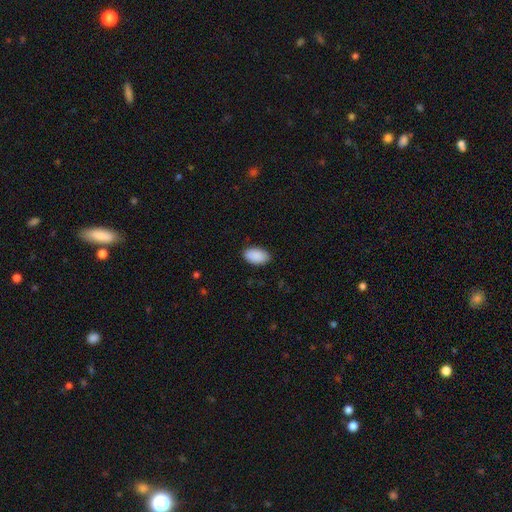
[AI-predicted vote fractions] A smooth galaxy with no disk features (91%) that is in between round and cigar-shaped (95%).

Vote fractions:
- Smooth or featured? smooth: 91% / star or artifact: 6% / featured or disk: 3%
- How rounded? in between: 95% / round: 4% / cigar-shaped: 1%
- Merging? none: 87% / minor disturbance: 10% / major disturbance: 2% / merger: 1%